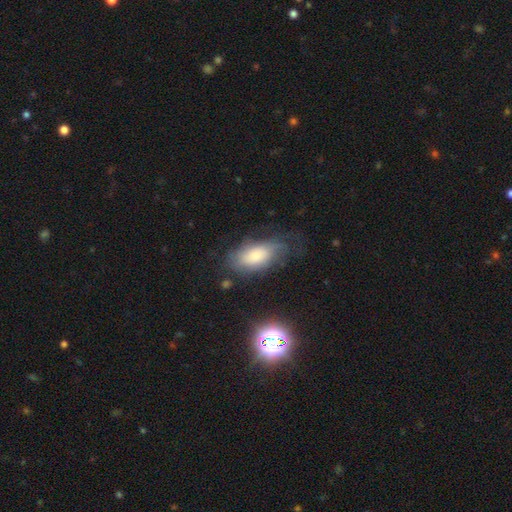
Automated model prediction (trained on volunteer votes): This is possibly a smooth galaxy (58%). How rounded: clearly in between (91%). Merging: possibly none (47%).